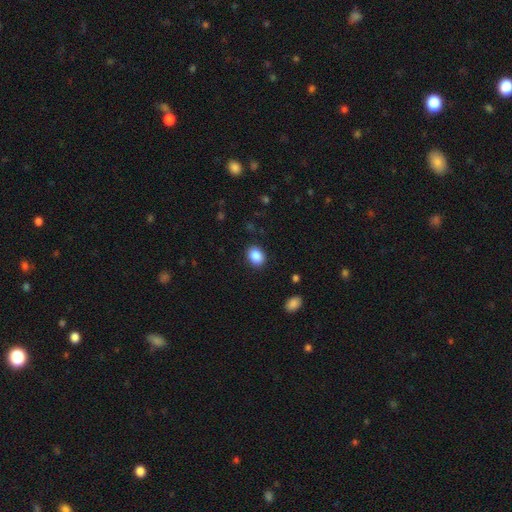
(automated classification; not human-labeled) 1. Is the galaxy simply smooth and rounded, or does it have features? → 88% smooth, 8% star or artifact, 4% featured or disk.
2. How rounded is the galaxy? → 58% in between, 41% round, 1% cigar-shaped.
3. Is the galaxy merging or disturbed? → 88% none, 8% minor disturbance, 3% major disturbance, 1% merger.